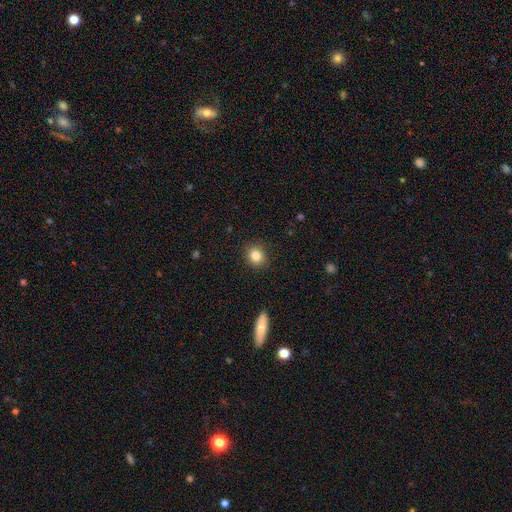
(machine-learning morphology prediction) This is clearly a smooth galaxy (83%). How rounded: likely round (75%). Merging: clearly none (89%).